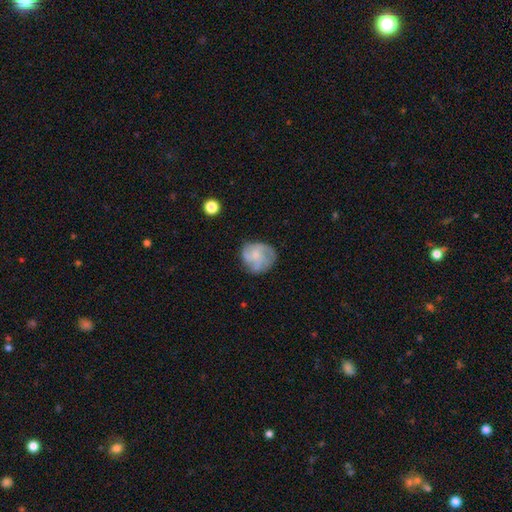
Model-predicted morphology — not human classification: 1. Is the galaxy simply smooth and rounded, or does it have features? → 58% featured or disk, 34% smooth, 8% star or artifact.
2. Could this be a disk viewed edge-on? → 98% no, 2% yes.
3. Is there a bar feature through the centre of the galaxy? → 76% no, 22% weak, 3% strong.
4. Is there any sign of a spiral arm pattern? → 84% yes, 16% no.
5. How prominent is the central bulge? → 38% small, 29% none, 28% moderate, 4% large, 1% dominant.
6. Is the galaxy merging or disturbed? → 66% none, 21% minor disturbance, 11% major disturbance, 2% merger.